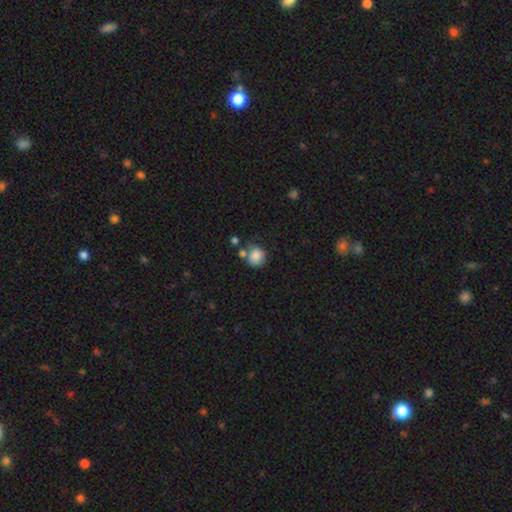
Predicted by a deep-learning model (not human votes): smooth-or-featured: smooth: 84% | star or artifact: 9% | featured or disk: 7%
  how-rounded: round: 76% | in between: 23% | cigar-shaped: 1%
  merging: none: 56% | merger: 19% | minor disturbance: 19% | major disturbance: 6%